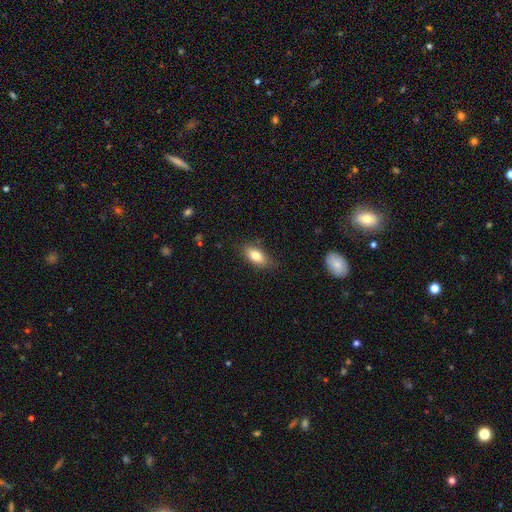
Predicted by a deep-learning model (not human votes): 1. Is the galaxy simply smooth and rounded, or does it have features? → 79% smooth, 13% featured or disk, 8% star or artifact.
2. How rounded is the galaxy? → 86% in between, 9% cigar-shaped, 5% round.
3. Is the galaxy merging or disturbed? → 79% none, 16% minor disturbance, 3% major disturbance, 1% merger.